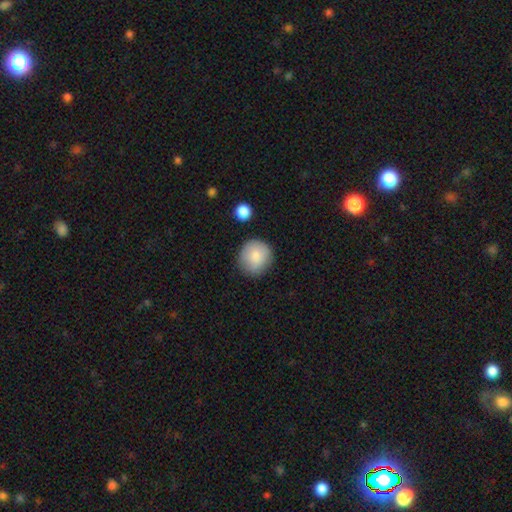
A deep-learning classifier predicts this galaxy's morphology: type=smooth (84%); roundness=round (90%); merging=none (82%).